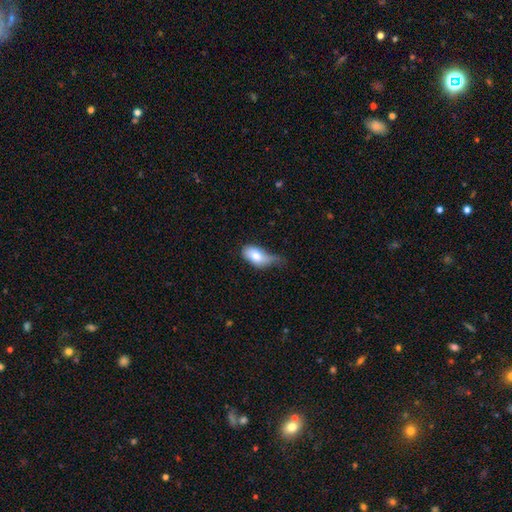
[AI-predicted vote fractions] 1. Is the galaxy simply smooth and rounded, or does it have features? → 76% smooth, 17% featured or disk, 7% star or artifact.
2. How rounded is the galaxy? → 90% in between, 7% round, 4% cigar-shaped.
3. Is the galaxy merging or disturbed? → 46% minor disturbance, 29% major disturbance, 21% none, 4% merger.